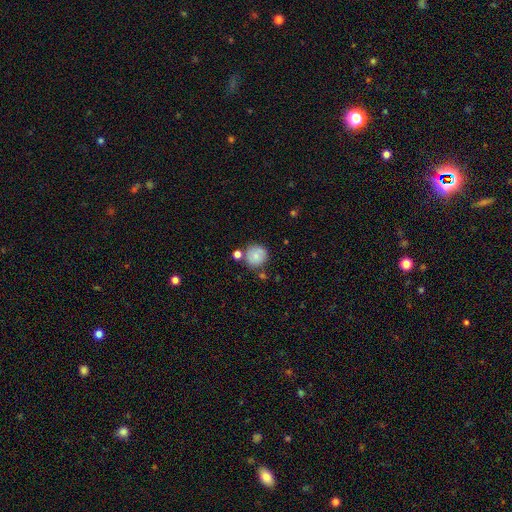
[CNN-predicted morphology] Overall: smooth (75%). How rounded: round (91%). Merging: none (73%).